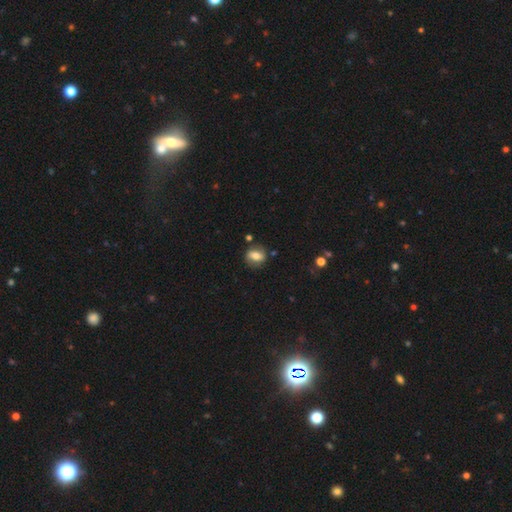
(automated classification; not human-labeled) Smooth or featured? Predicted: smooth (p=0.60). How rounded? Predicted: in between (p=0.51). Merging? Predicted: none (p=0.78).